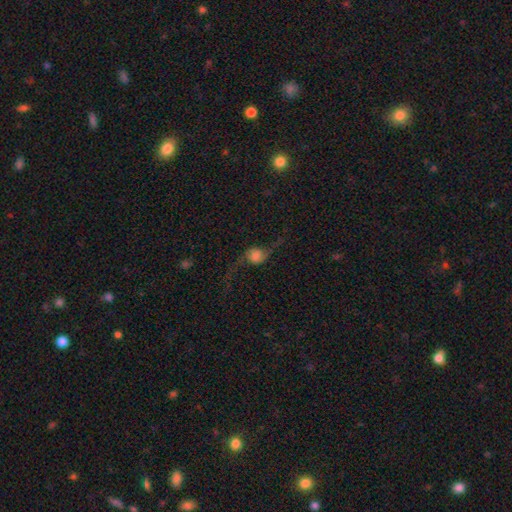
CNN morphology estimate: Smooth or featured?
  - featured or disk: 66% *
  - smooth: 23%
  - star or artifact: 10%
Edge-on disk?
  - no: 88% *
  - yes: 12%
Bar?
  - no: 70% *
  - weak: 23%
  - strong: 7%
Spiral arms?
  - yes: 90% *
  - no: 10%
Spiral winding?
  - loose: 92% *
  - medium: 6%
  - tight: 2%
Spiral arm count?
  - 2: 93% *
  - 1: 3%
  - can't tell: 2%
  - 3: 1%
  - 4: 1%
  - more than 4: 1%
Bulge size?
  - large: 30% *
  - moderate: 23%
  - dominant: 20%
  - small: 15%
  - none: 12%
Merging?
  - none: 56% *
  - major disturbance: 25%
  - minor disturbance: 16%
  - merger: 3%